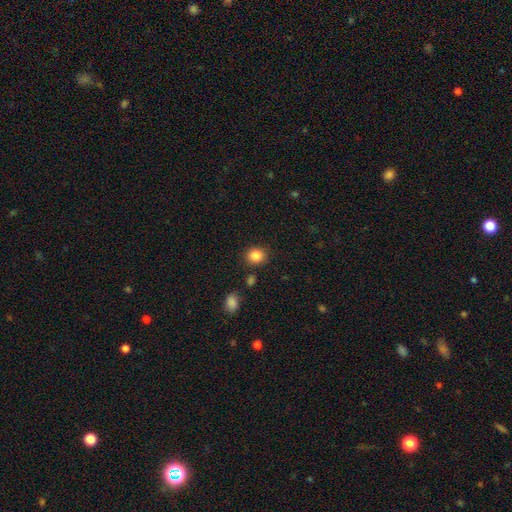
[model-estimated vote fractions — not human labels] smooth_or_featured: smooth (p=0.86) [alt: star or artifact p=0.10]
how_rounded: round (p=0.74) [alt: in between p=0.26]
merging: none (p=0.85) [alt: minor disturbance p=0.09]